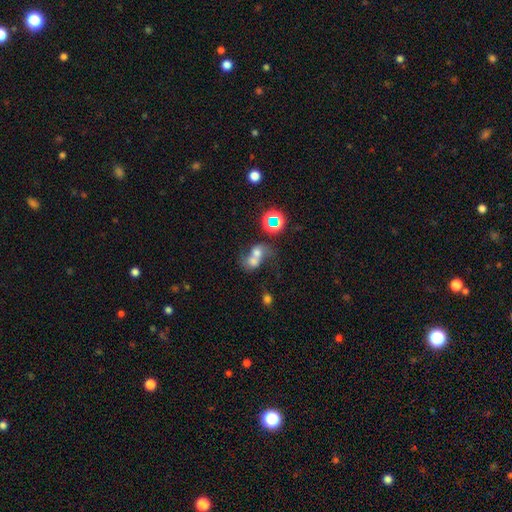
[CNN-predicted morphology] smooth 55%, featured or disk 28%, star or artifact 18%. Down the decision tree: how rounded — round (52%); merging — merger (73%).